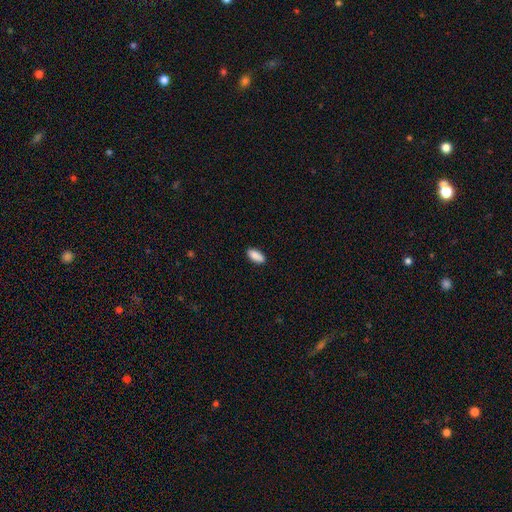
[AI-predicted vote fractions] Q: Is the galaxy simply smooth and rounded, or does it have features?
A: smooth — 89%.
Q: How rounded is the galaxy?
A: in between — 87%.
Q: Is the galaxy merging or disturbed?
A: none — 87%.